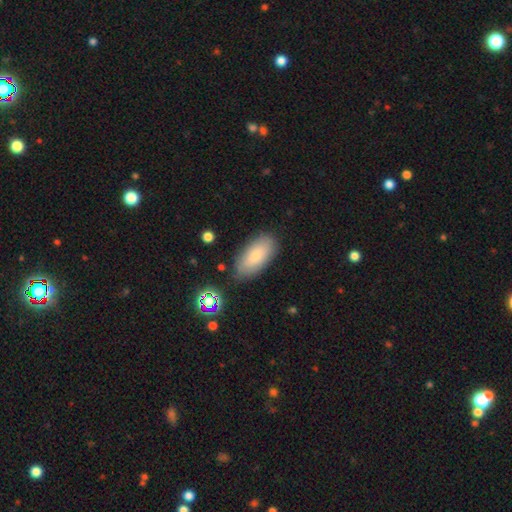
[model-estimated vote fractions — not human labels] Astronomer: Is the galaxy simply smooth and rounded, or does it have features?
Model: smooth — 81%.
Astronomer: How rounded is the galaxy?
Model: in between — 91%.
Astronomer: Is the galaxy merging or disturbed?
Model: none — 80%.